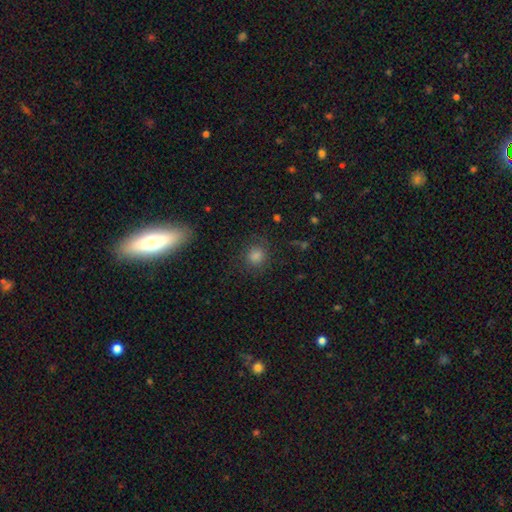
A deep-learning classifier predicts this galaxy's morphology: smooth_or_featured: smooth (p=0.76) [alt: star or artifact p=0.16]
how_rounded: round (p=0.86) [alt: in between p=0.13]
merging: none (p=0.84) [alt: minor disturbance p=0.10]